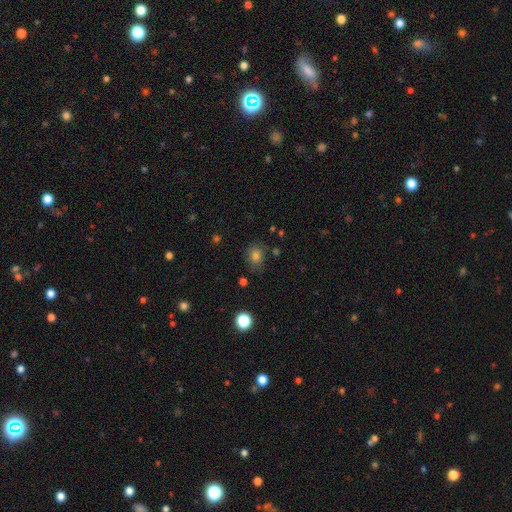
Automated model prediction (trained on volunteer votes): Smooth or featured: smooth — 79% (star or artifact — 13%)
How rounded: round — 54% (in between — 45%)
Merging: none — 73% (minor disturbance — 19%)